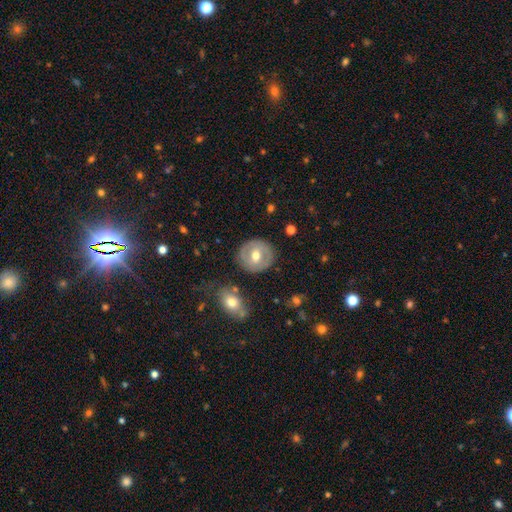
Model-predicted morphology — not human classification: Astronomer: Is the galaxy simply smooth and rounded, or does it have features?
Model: featured or disk — 49% (runner-up: smooth, 45%).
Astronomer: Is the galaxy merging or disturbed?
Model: none — 84%.